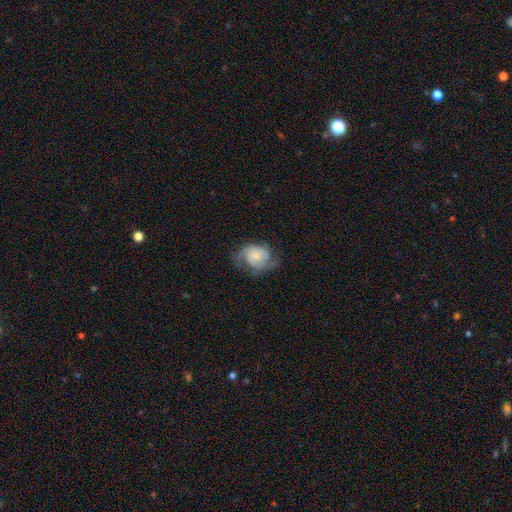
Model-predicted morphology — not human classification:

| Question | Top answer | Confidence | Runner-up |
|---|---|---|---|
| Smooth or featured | featured or disk | 65% | smooth (28%) |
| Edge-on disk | no | 97% | yes (3%) |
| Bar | no | 76% | weak (20%) |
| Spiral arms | yes | 87% | no (13%) |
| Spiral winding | medium | 44% | tight (30%) |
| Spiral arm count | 2 | 55% | can't tell (18%) |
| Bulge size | small | 60% | moderate (31%) |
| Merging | none | 51% | minor disturbance (26%) |